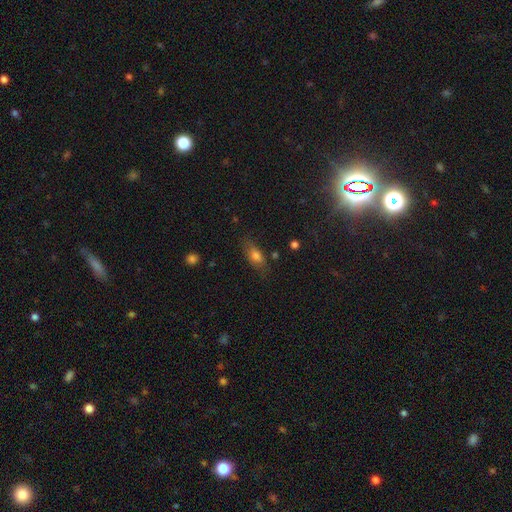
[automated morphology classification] Smooth or featured? Predicted: smooth (p=0.71). How rounded? Predicted: in between (p=0.75). Merging? Predicted: none (p=0.71).